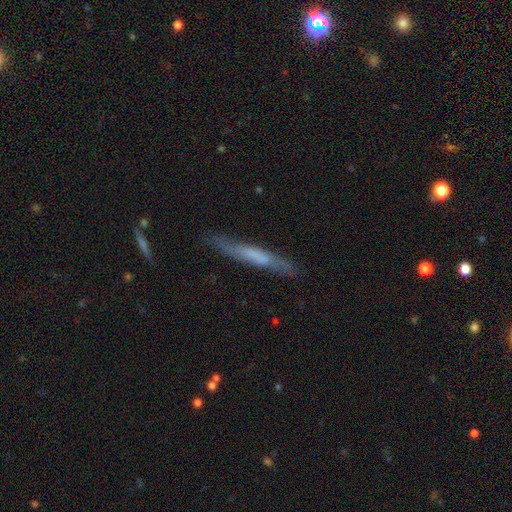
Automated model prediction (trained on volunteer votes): Overall: featured or disk (50%; smooth 44%). Merging: none (76%).